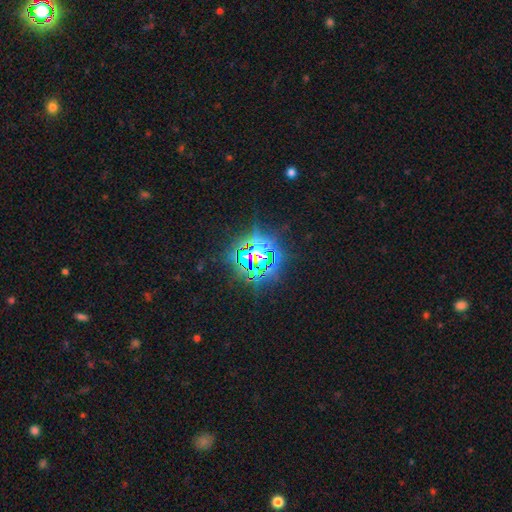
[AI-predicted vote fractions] Smooth or featured?
  - star or artifact: 80% *
  - smooth: 10%
  - featured or disk: 10%